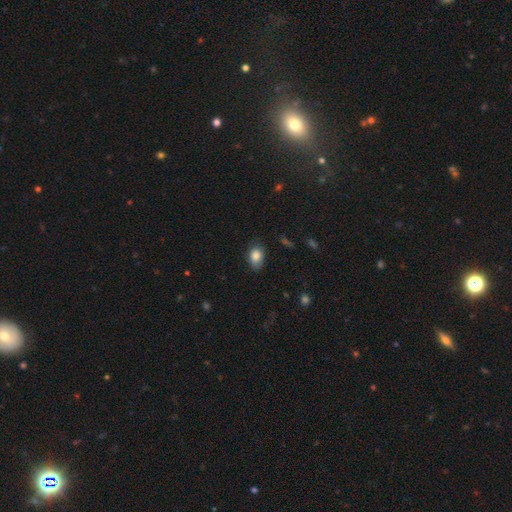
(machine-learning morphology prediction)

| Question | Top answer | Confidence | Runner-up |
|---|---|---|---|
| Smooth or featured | smooth | 84% | star or artifact (8%) |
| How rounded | in between | 79% | round (20%) |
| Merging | none | 71% | minor disturbance (24%) |